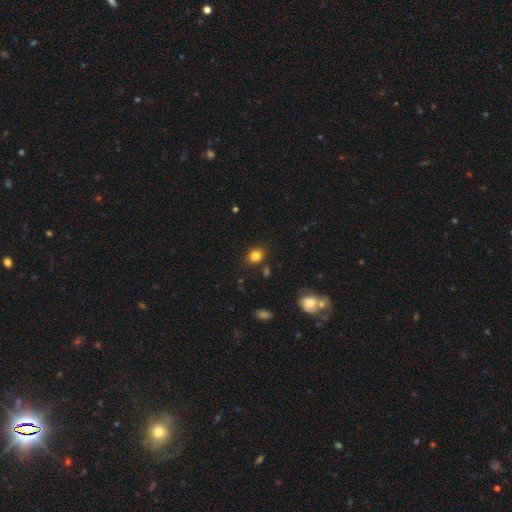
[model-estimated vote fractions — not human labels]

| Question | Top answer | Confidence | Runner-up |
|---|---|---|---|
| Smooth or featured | smooth | 82% | star or artifact (12%) |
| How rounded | in between | 52% | round (47%) |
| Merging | none | 83% | minor disturbance (11%) |